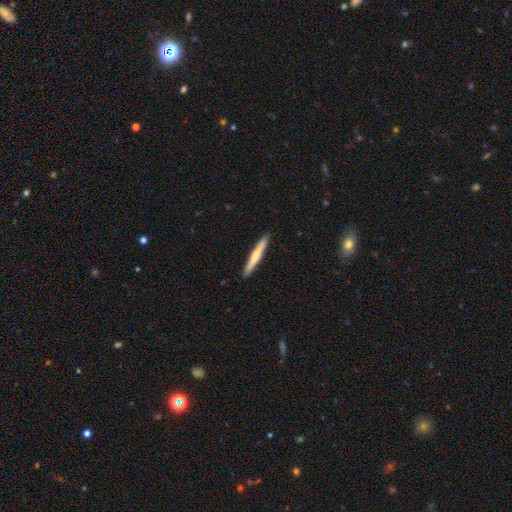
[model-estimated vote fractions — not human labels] Overall: smooth (56%; featured or disk 39%). How rounded: cigar-shaped (96%). Merging: none (90%).